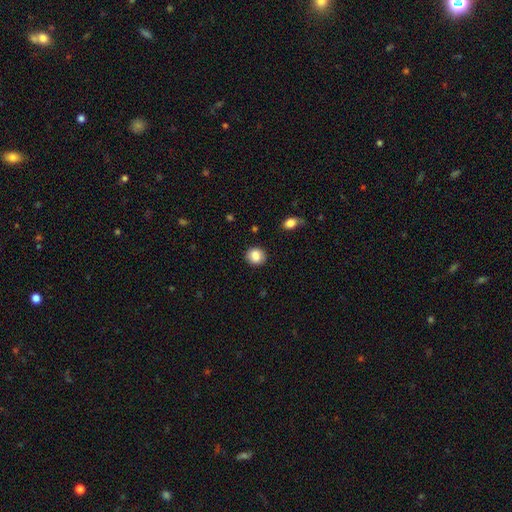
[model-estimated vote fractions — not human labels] A smooth galaxy with no disk features (85%) that is round (79%). Merging: none (88%).